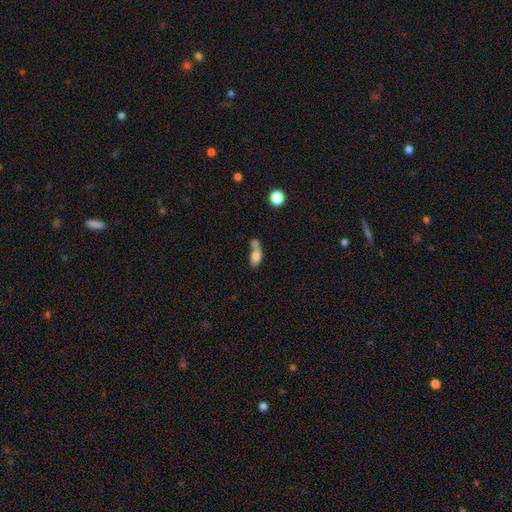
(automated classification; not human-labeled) Overall: smooth (73%). How rounded: in between (78%). Merging: merger (52%; none 23%).